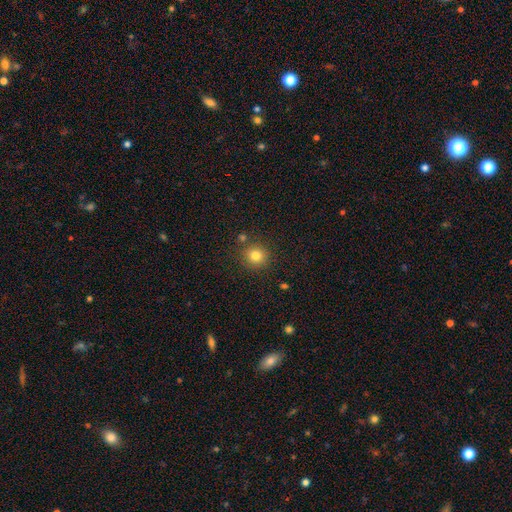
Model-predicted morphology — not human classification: smooth_or_featured: smooth (p=0.80) [alt: star or artifact p=0.13]
how_rounded: round (p=0.91) [alt: in between p=0.09]
merging: none (p=0.83) [alt: minor disturbance p=0.08]